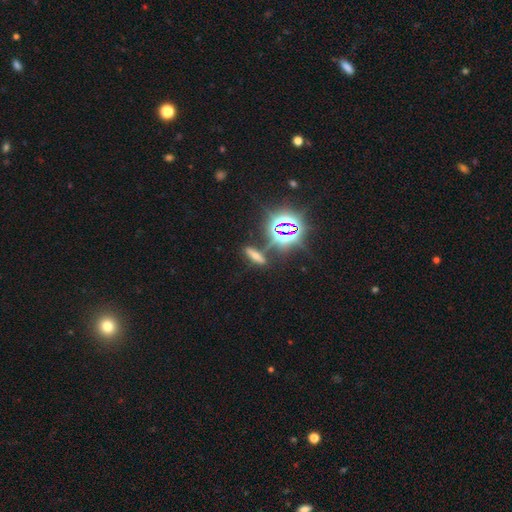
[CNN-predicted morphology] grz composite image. It shows a star or artifact, not a galaxy (42%).